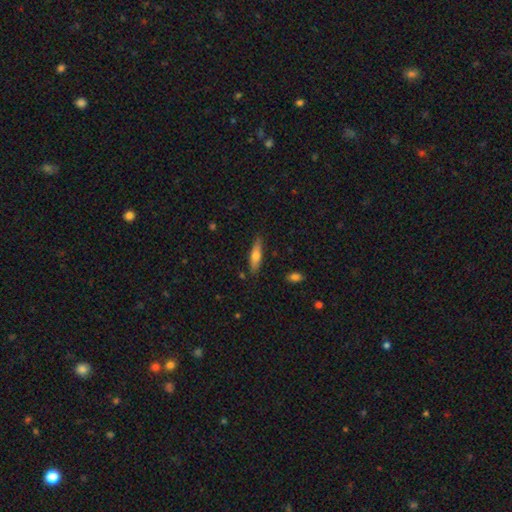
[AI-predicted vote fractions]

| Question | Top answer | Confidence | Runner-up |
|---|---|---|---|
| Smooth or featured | smooth | 63% | featured or disk (31%) |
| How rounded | cigar-shaped | 70% | in between (28%) |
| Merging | none | 84% | minor disturbance (11%) |